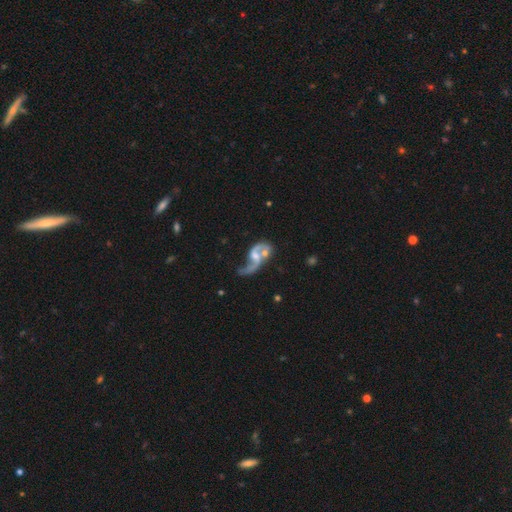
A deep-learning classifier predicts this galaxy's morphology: Smooth or featured?
  - featured or disk: 84% *
  - smooth: 10%
  - star or artifact: 6%
Edge-on disk?
  - no: 97% *
  - yes: 3%
Bar?
  - no: 48% *
  - weak: 41%
  - strong: 11%
Spiral arms?
  - yes: 90% *
  - no: 10%
Spiral winding?
  - loose: 79% *
  - medium: 17%
  - tight: 4%
Spiral arm count?
  - 2: 80% *
  - 1: 14%
  - can't tell: 3%
  - 3: 1%
  - 4: 1%
  - more than 4: 1%
Bulge size?
  - moderate: 44% *
  - small: 38%
  - none: 11%
  - large: 4%
  - dominant: 1%
Merging?
  - none: 31% * (tied)
  - merger: 31% * (tied)
  - major disturbance: 22%
  - minor disturbance: 16%